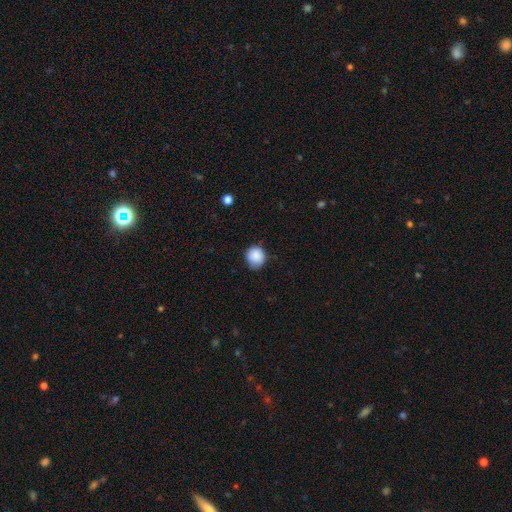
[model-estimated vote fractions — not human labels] This appears to be a smooth galaxy with no disk features (88%) that is round (79%). Merging: none (70%).